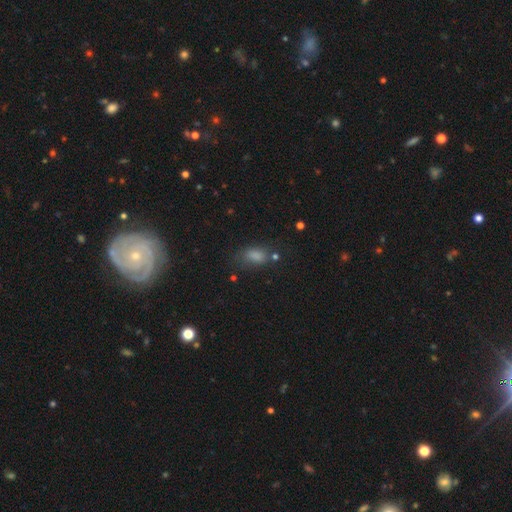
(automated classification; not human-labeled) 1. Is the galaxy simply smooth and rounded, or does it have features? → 81% smooth, 12% star or artifact, 7% featured or disk.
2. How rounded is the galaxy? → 85% in between, 10% round, 5% cigar-shaped.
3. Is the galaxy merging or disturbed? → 58% none, 25% minor disturbance, 12% major disturbance, 6% merger.